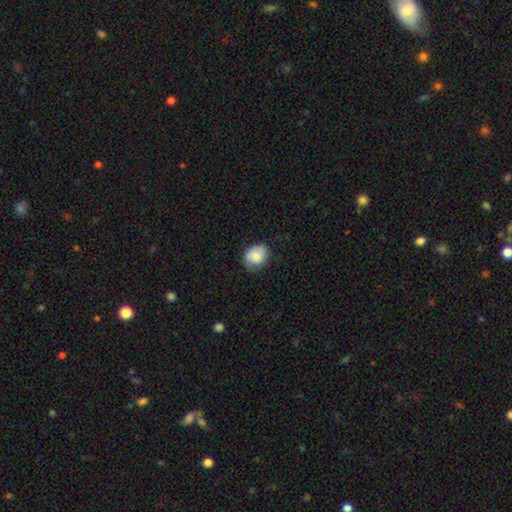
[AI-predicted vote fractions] A smooth galaxy with no disk features (82%) that is in between round and cigar-shaped (50%).

Vote fractions:
- Smooth or featured? smooth: 82% / featured or disk: 10% / star or artifact: 7%
- How rounded? in between: 50% / round: 49% / cigar-shaped: 1%
- Merging? none: 67% / minor disturbance: 26% / major disturbance: 5% / merger: 1%